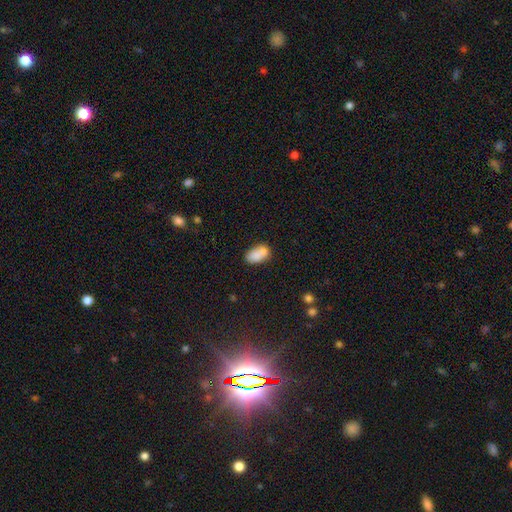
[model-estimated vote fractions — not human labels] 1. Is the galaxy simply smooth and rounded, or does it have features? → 80% smooth, 12% featured or disk, 8% star or artifact.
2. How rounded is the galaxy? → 89% in between, 8% round, 3% cigar-shaped.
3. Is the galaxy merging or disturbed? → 49% none, 30% merger, 16% minor disturbance, 5% major disturbance.